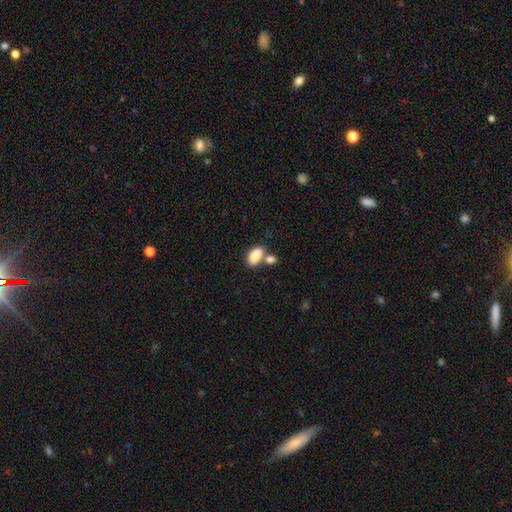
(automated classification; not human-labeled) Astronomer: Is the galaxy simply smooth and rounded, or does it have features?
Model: smooth — 84%.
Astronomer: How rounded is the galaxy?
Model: in between — 91%.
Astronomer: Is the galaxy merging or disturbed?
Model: none — 51% (runner-up: merger, 34%).